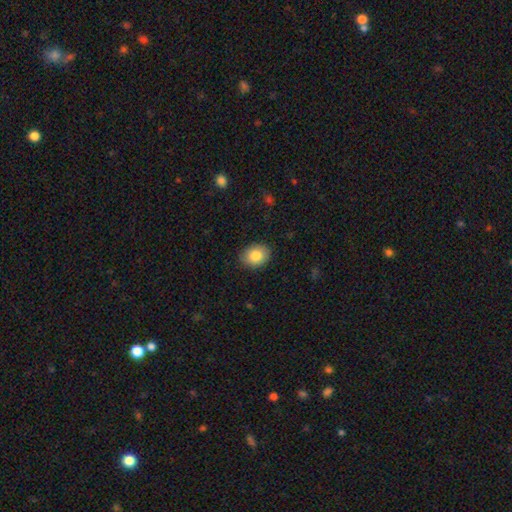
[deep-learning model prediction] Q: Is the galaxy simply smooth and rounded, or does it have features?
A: smooth — 84%.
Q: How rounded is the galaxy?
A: in between — 64%.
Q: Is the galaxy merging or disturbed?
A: none — 87%.